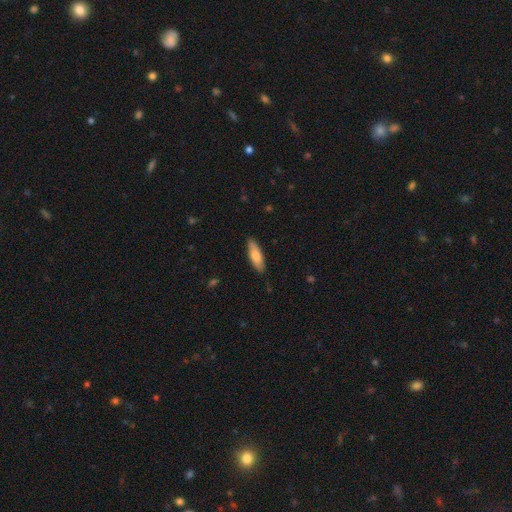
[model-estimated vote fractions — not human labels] smooth_or_featured: smooth (p=0.80) [alt: featured or disk p=0.15]
how_rounded: in between (p=0.52) [alt: cigar-shaped p=0.47]
merging: none (p=0.86) [alt: minor disturbance p=0.11]